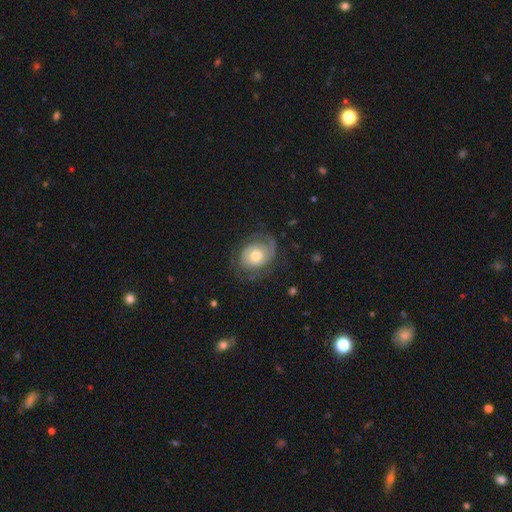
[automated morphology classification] smooth_or_featured: featured or disk (p=0.70) [alt: smooth p=0.24]
disk_edge_on: no (p=0.97) [alt: yes p=0.03]
bar: no (p=0.80) [alt: weak p=0.17]
has_spiral_arms: yes (p=0.86) [alt: no p=0.14]
spiral_winding: tight (p=0.55) [alt: medium p=0.30]
spiral_arm_count: 2 (p=0.40) [alt: 1 p=0.32]
bulge_size: moderate (p=0.73) [alt: small p=0.13]
merging: none (p=0.66) [alt: minor disturbance p=0.20]